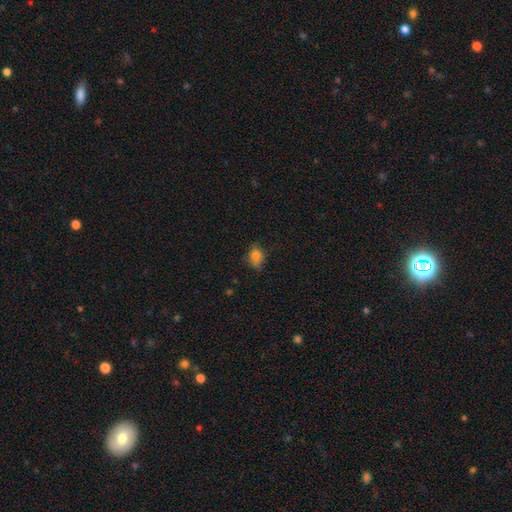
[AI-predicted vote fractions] Q: Smooth or featured?
A: smooth (80%); runner-up: star or artifact (11%)
Q: How rounded?
A: in between (67%); runner-up: round (31%)
Q: Merging?
A: none (62%); runner-up: minor disturbance (28%)